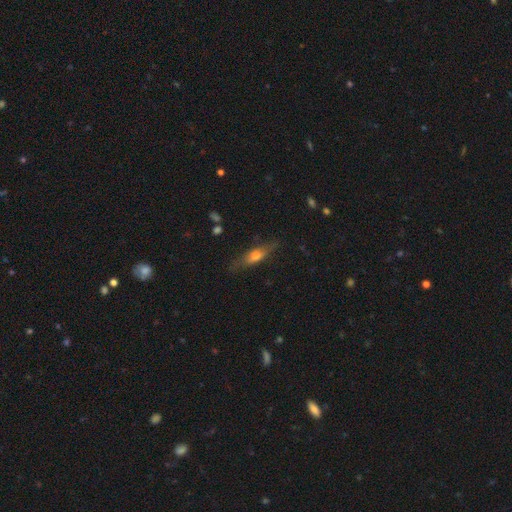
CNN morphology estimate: Overall: featured or disk (48%; smooth 44%). Merging: none (78%).